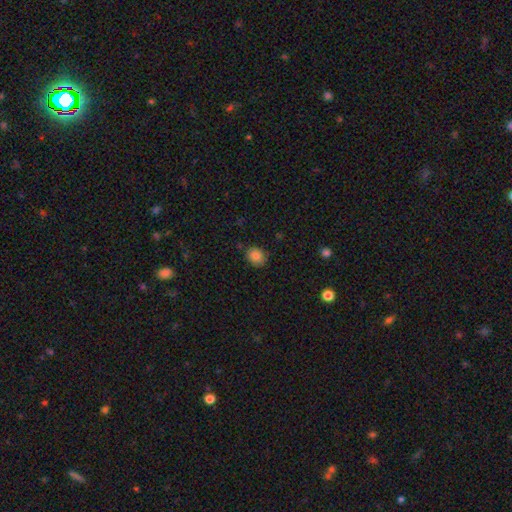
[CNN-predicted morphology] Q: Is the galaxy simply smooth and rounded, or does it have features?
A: smooth — 85%.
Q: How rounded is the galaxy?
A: round — 60%.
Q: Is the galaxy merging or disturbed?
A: none — 84%.